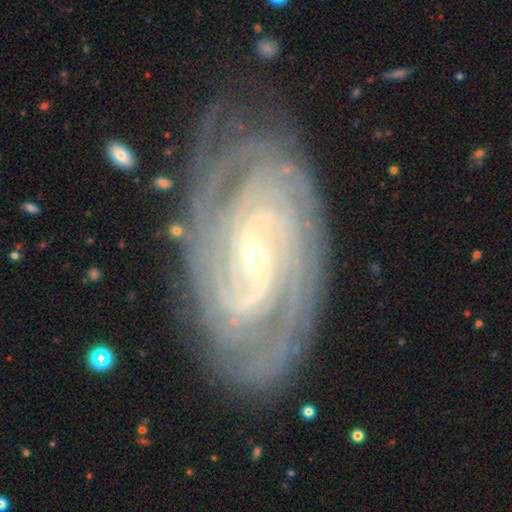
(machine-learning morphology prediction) Smooth or featured: featured or disk — 91% (star or artifact — 5%)
Edge-on disk: no — 96% (yes — 4%)
Bar: weak — 42% (no — 36%)
Spiral arms: yes — 98% (no — 2%)
Spiral winding: tight — 75% (medium — 21%)
Spiral arm count: can't tell — 22% (2 — 20%)
Bulge size: small — 79% (moderate — 18%)
Merging: none — 78% (minor disturbance — 16%)